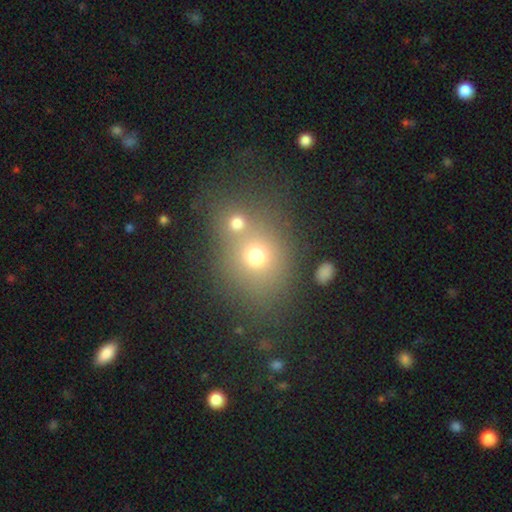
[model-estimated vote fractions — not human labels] smooth 67%, star or artifact 18%, featured or disk 15%. Down the decision tree: how rounded — round (62%); merging — none (48%).